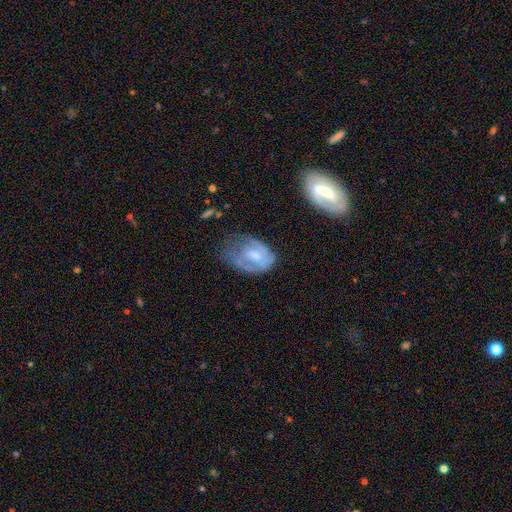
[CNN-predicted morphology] The model was most divided on "merging": none: 34%, minor disturbance: 33%, major disturbance: 30%, merger: 4%. Remaining: edge-on disk — no (97%); bar — no (59%); spiral arms — yes (58%); smooth or featured — featured or disk (56%); bulge size — moderate (40%).